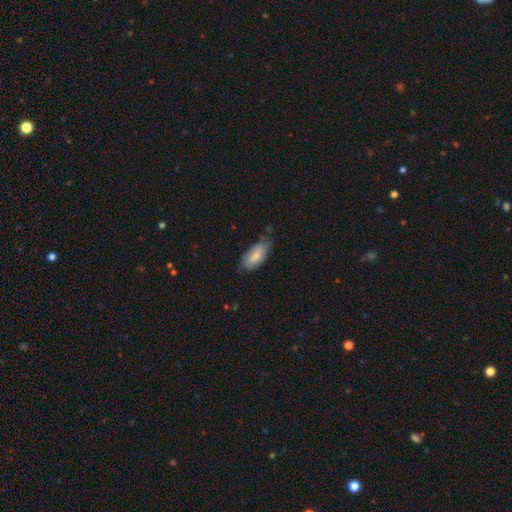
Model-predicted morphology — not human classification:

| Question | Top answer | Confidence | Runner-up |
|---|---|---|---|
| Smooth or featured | smooth | 71% | featured or disk (23%) |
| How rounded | in between | 89% | cigar-shaped (9%) |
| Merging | none | 60% | minor disturbance (32%) |